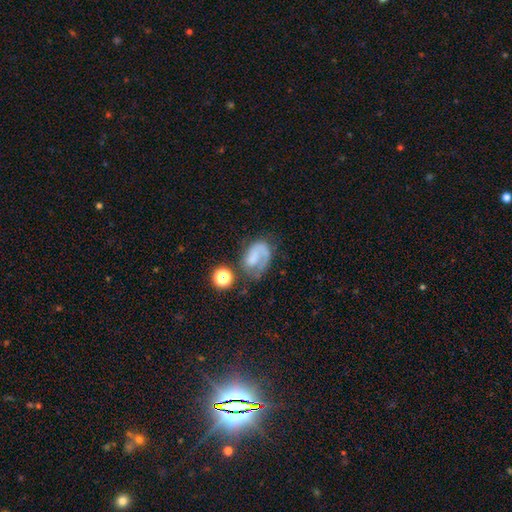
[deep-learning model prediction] This appears to be a featured or disk galaxy (50%). Merging: none (37%).